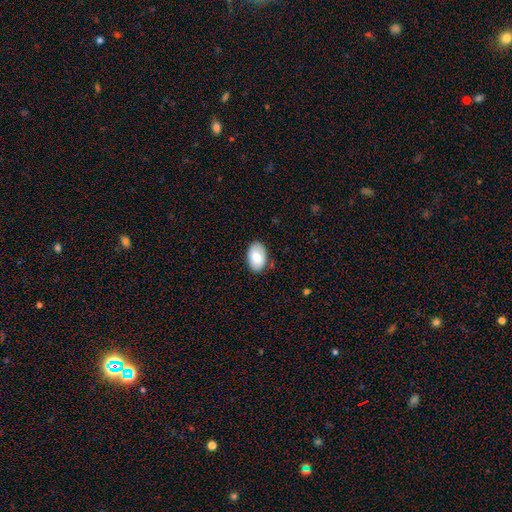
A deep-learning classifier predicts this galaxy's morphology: type=smooth (82%); roundness=in between (92%); merging=none (84%).